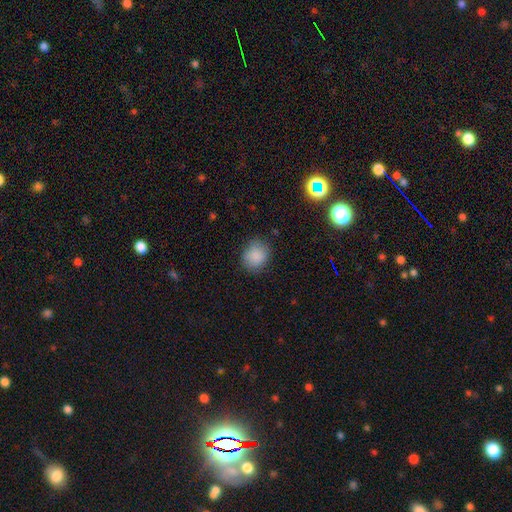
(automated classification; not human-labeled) A smooth galaxy with no disk features (87%) that is round (68%). Merging: none (82%).